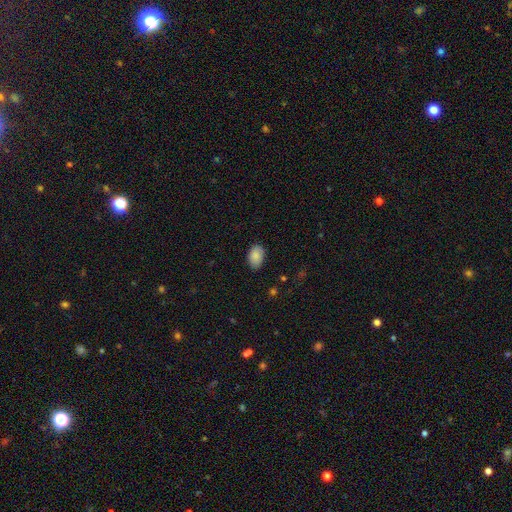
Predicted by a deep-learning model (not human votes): Smooth or featured? smooth (88%)
How rounded? in between (89%)
Merging? none (84%)